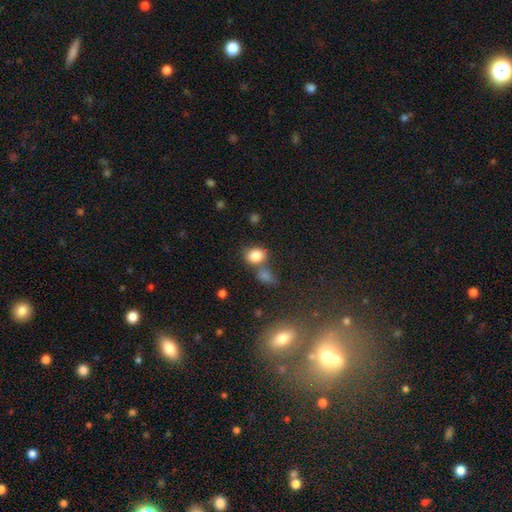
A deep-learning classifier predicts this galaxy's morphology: smooth 83%, star or artifact 11%, featured or disk 7%. Down the decision tree: how rounded — round (50%); merging — none (54%).